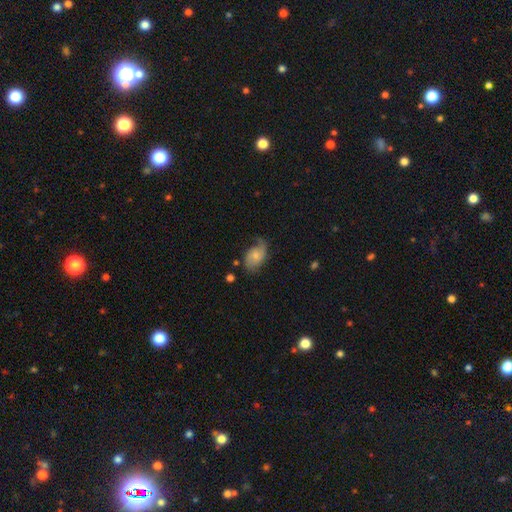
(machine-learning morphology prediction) featured or disk 51%, smooth 42%, star or artifact 7%. Down the decision tree: edge-on disk — no (96%); merging — none (53%).